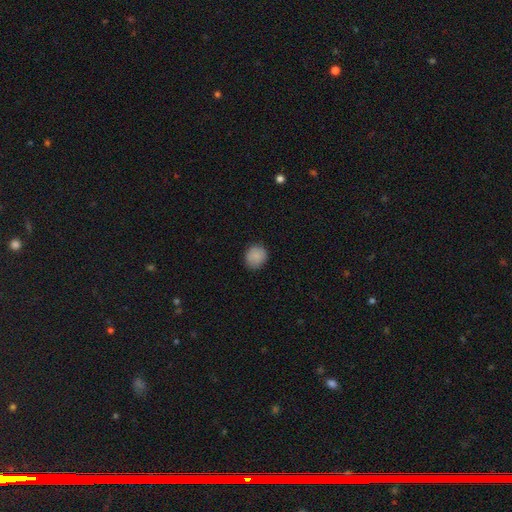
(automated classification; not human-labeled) Overall: smooth (88%). How rounded: round (84%). Merging: none (87%).